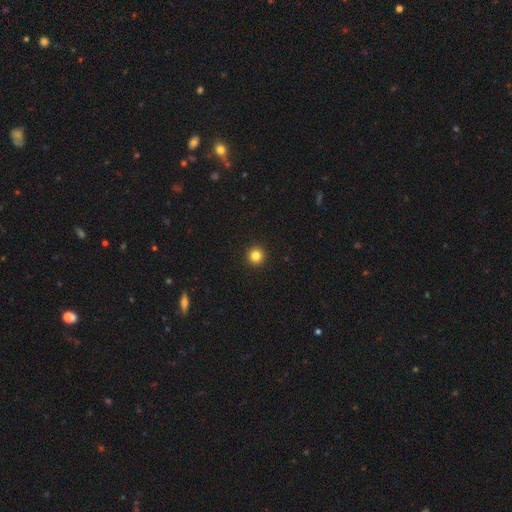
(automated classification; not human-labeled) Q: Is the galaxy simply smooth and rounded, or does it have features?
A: smooth — 84%.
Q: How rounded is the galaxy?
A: round — 96%.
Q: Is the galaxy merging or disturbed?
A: none — 94%.